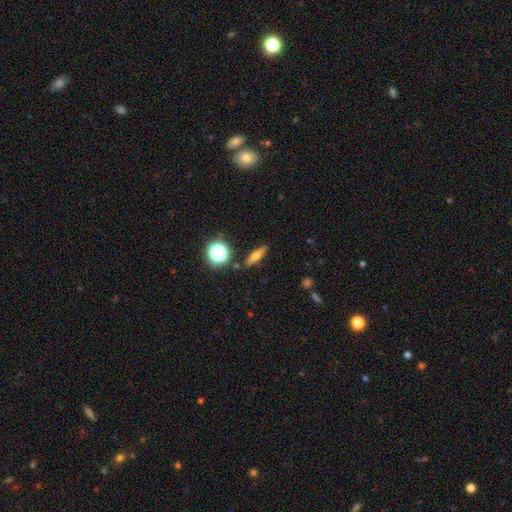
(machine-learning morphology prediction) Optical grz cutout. It shows a smooth galaxy with no disk features (51%) that is cigar-shaped (60%). Merging: none (87%).